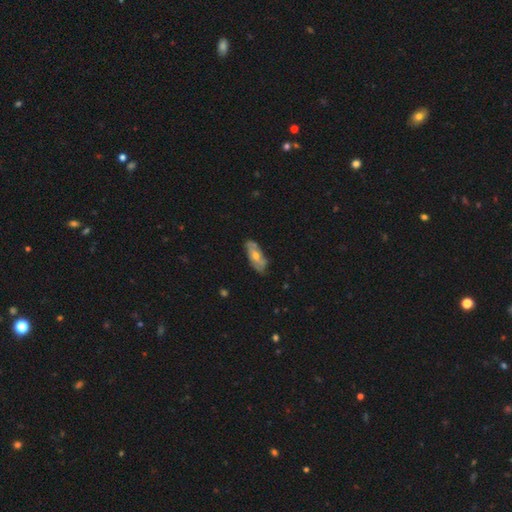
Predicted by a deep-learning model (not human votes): featured or disk 55%, smooth 37%, star or artifact 7%. Down the decision tree: edge-on disk — no (79%); merging — none (79%).